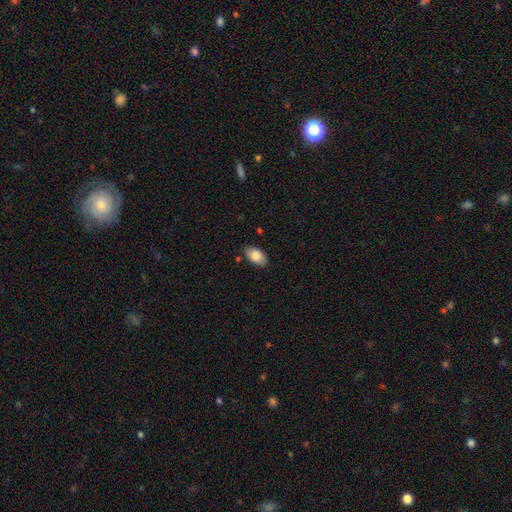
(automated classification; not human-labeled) Overall: smooth (84%). How rounded: in between (94%). Merging: none (83%).